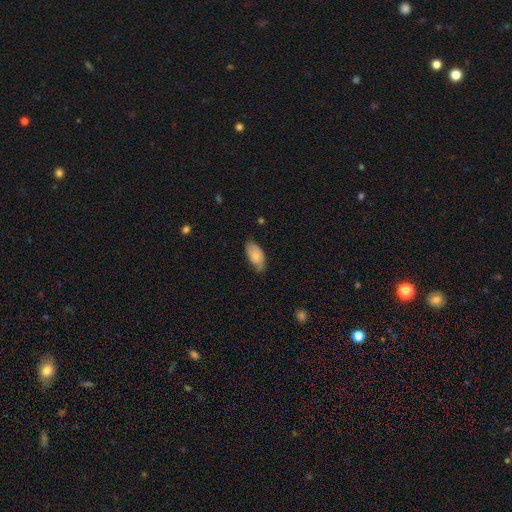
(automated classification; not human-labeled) A smooth galaxy with no disk features (74%) that is in between round and cigar-shaped (94%).

Vote fractions:
- Smooth or featured? smooth: 74% / featured or disk: 20% / star or artifact: 6%
- How rounded? in between: 94% / cigar-shaped: 3% / round: 3%
- Merging? none: 62% / minor disturbance: 31% / major disturbance: 5% / merger: 2%